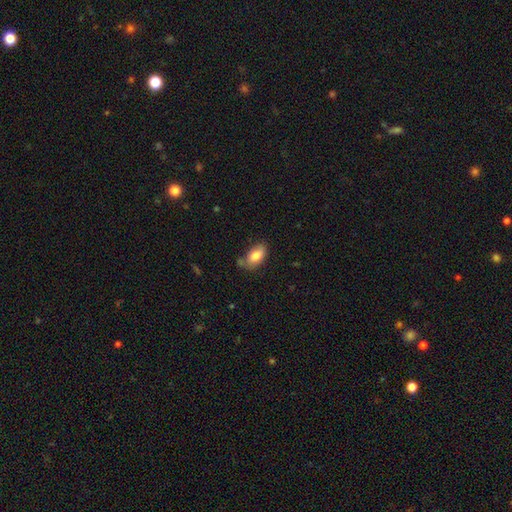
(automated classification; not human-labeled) The model was most divided on "merging": none: 63%, minor disturbance: 25%, merger: 7%, major disturbance: 5%. More confident: how rounded — in between (91%); smooth or featured — smooth (80%).